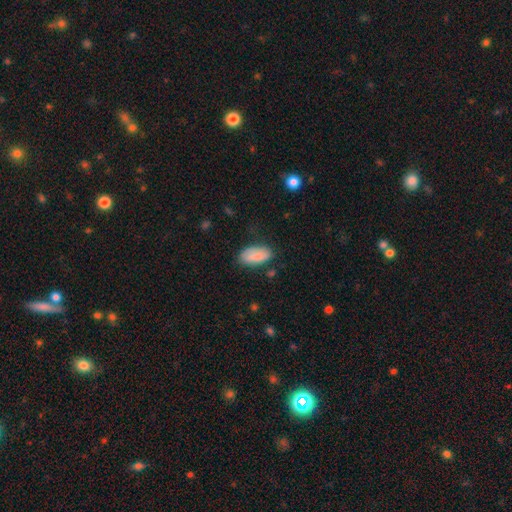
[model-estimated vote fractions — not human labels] smooth_or_featured: smooth (p=0.84) [alt: featured or disk p=0.10]
how_rounded: in between (p=0.89) [alt: cigar-shaped p=0.09]
merging: none (p=0.73) [alt: minor disturbance p=0.20]